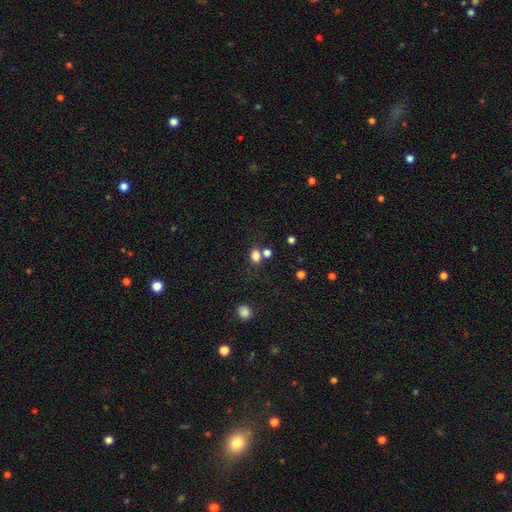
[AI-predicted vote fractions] Smooth or featured? smooth (79%)
How rounded? in between (56%)
Merging? none (59%)